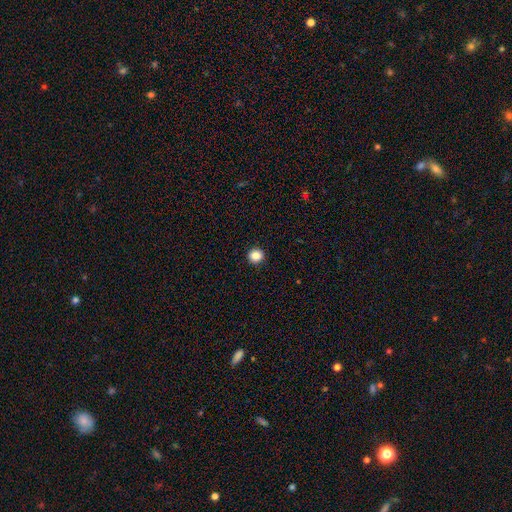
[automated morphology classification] Smooth or featured?
  - smooth: 87% *
  - star or artifact: 10%
  - featured or disk: 4%
How rounded?
  - round: 93% *
  - in between: 6%
  - cigar-shaped: 1%
Merging?
  - none: 93% *
  - minor disturbance: 4%
  - major disturbance: 1%
  - merger: 1%